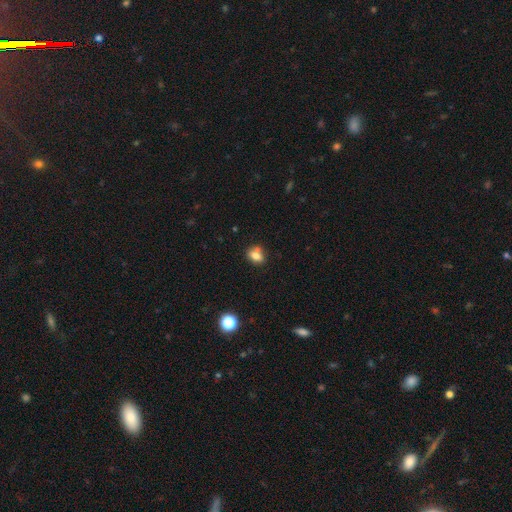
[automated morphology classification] This is likely a smooth galaxy (77%). How rounded: possibly round (51%). Merging: possibly none (59%).